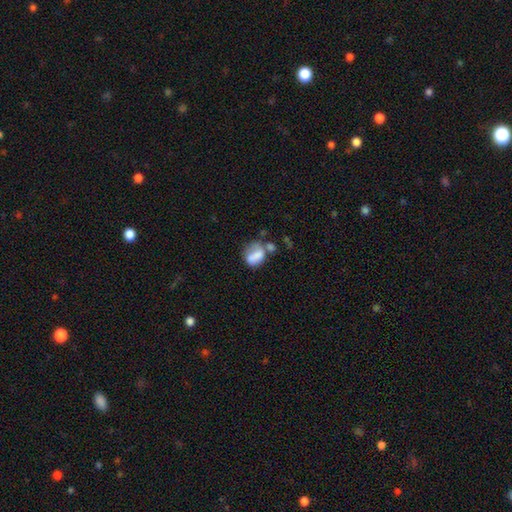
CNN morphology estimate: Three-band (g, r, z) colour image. It shows a smooth galaxy with no disk features (69%) that is in between round and cigar-shaped (65%). Merging: merger (33%).